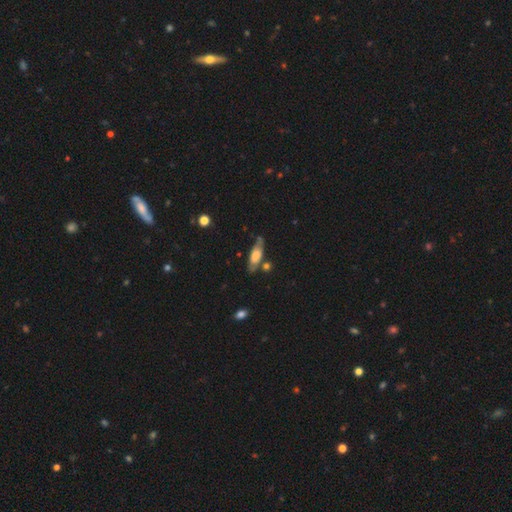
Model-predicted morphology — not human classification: Smooth or featured? smooth (57%)
How rounded? in between (60%)
Merging? none (65%)